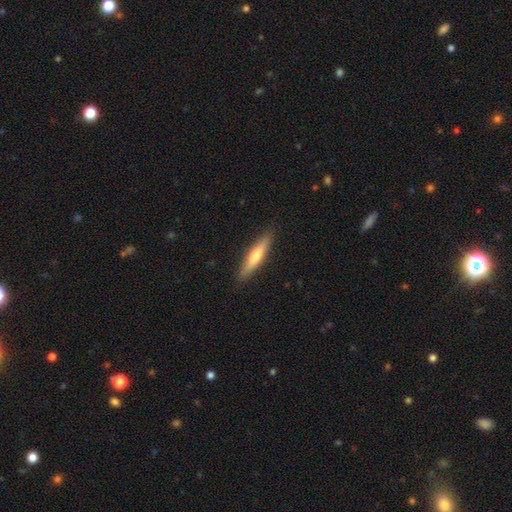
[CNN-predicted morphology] Smooth or featured? smooth (56%)
How rounded? cigar-shaped (85%)
Merging? none (90%)